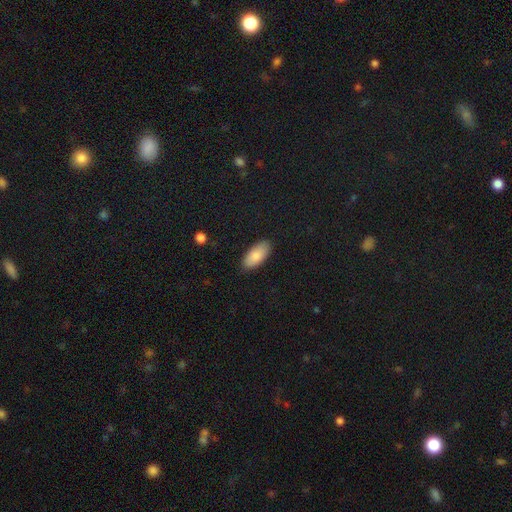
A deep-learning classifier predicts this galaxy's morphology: Smooth or featured?
  - smooth: 85% *
  - featured or disk: 9%
  - star or artifact: 6%
How rounded?
  - in between: 91% *
  - cigar-shaped: 7%
  - round: 2%
Merging?
  - none: 87% *
  - minor disturbance: 10%
  - major disturbance: 2%
  - merger: 1%